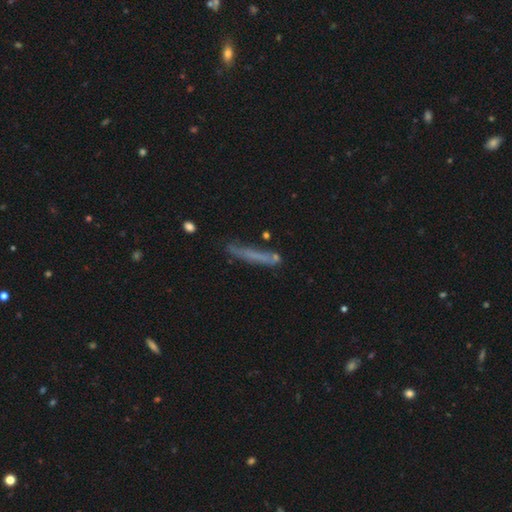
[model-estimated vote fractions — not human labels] Smooth or featured? smooth (58%)
How rounded? cigar-shaped (94%)
Merging? none (71%)